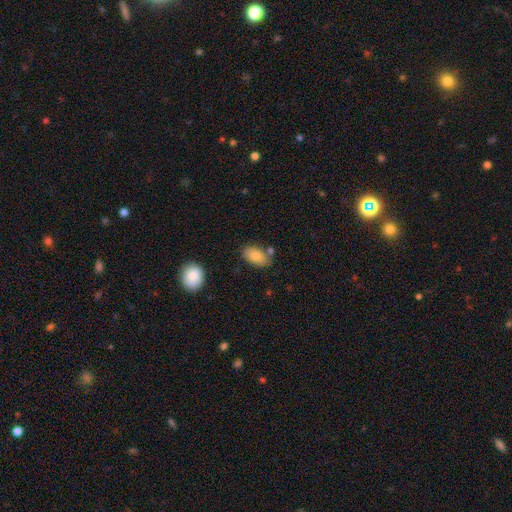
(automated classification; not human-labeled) smooth_or_featured: smooth (p=0.79) [alt: featured or disk p=0.13]
how_rounded: in between (p=0.91) [alt: round p=0.06]
merging: none (p=0.71) [alt: minor disturbance p=0.15]